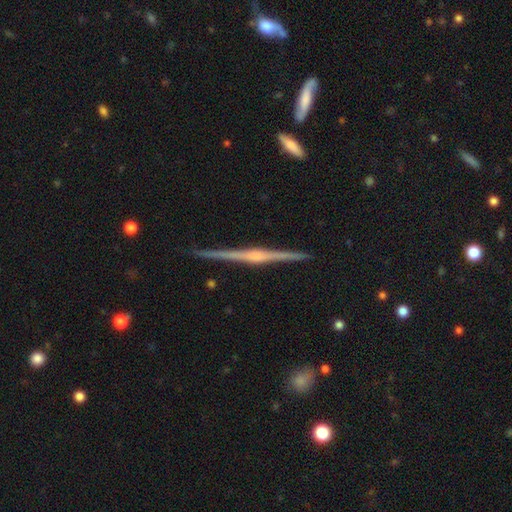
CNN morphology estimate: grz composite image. It shows a featured or disk galaxy (86%) viewed edge-on (99%) with a rounded central bulge (69%). Merging: none (91%).